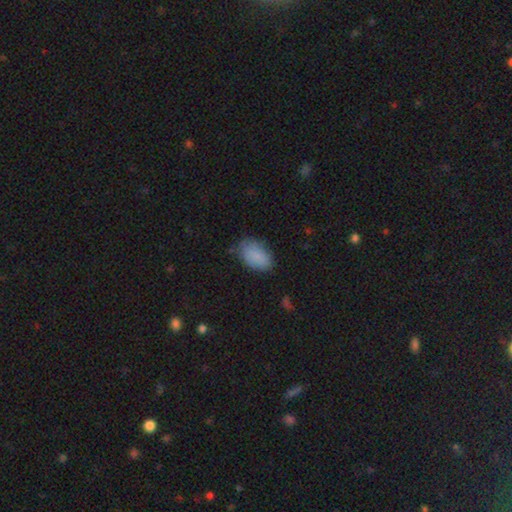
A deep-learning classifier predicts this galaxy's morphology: This appears to be a smooth galaxy with no disk features (86%) that is in between round and cigar-shaped (92%). Merging: none (72%).